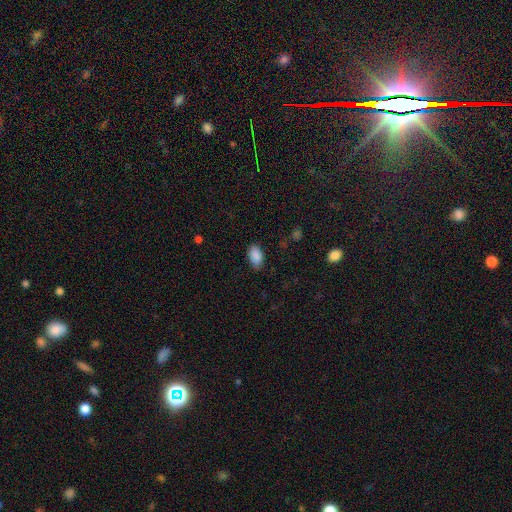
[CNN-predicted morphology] This is clearly a smooth galaxy (89%). How rounded: clearly in between (93%). Merging: clearly none (83%).